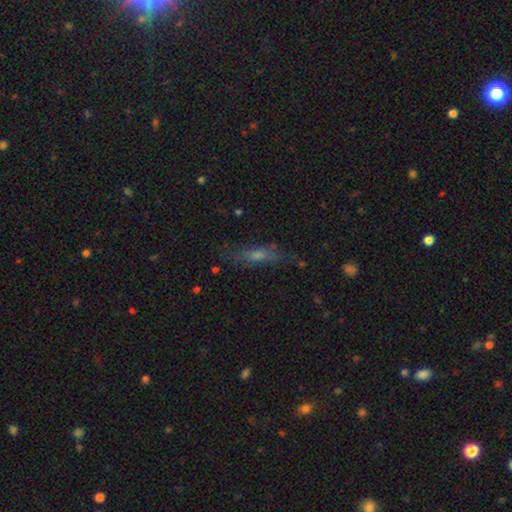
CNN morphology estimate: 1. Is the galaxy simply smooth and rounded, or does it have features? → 42% smooth, 41% featured or disk, 16% star or artifact.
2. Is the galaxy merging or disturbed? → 72% none, 18% minor disturbance, 7% major disturbance, 2% merger.